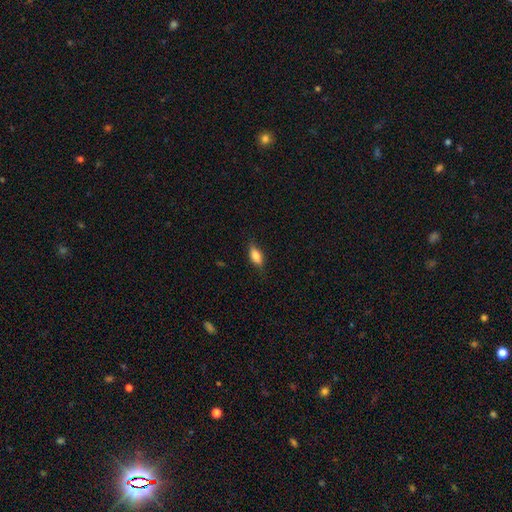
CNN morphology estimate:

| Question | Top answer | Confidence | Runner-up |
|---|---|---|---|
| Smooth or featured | smooth | 80% | featured or disk (13%) |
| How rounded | in between | 83% | cigar-shaped (13%) |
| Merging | none | 79% | minor disturbance (17%) |